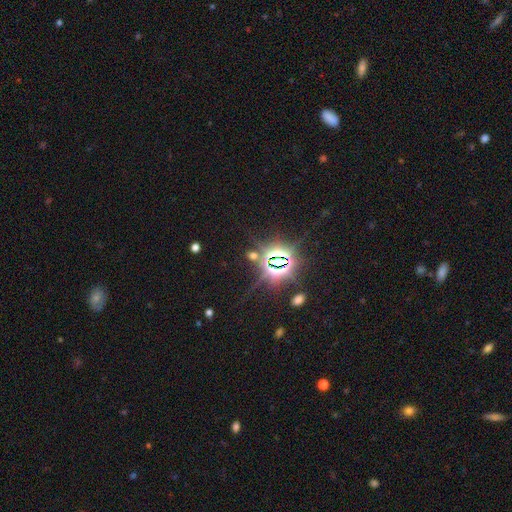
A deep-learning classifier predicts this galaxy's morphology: smooth_or_featured: star or artifact (p=0.86) [alt: featured or disk p=0.07]